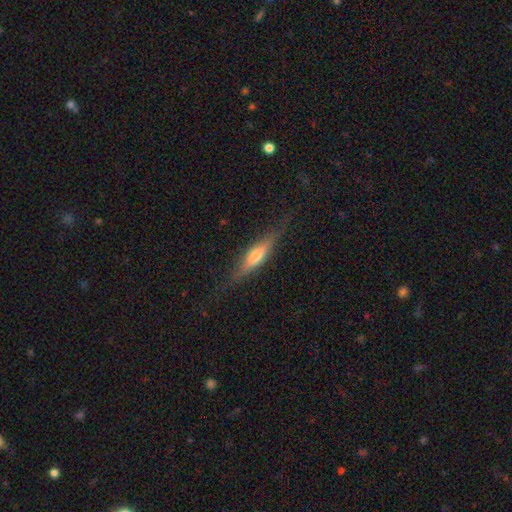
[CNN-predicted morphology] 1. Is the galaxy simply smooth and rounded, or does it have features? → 48% featured or disk, 45% smooth, 7% star or artifact.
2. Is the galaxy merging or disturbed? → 78% none, 15% minor disturbance, 5% major disturbance, 1% merger.